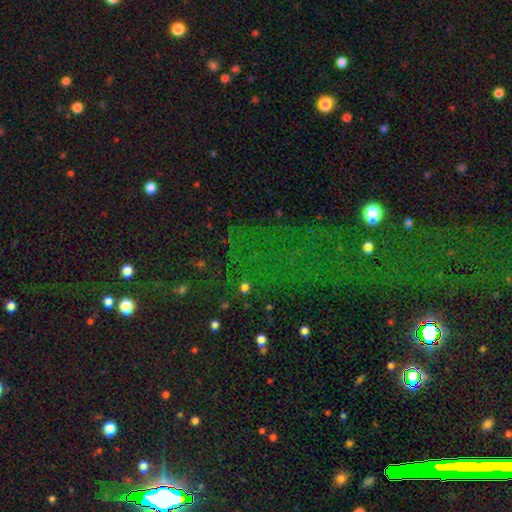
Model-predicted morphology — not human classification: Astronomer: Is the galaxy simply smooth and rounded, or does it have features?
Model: star or artifact — 77%.